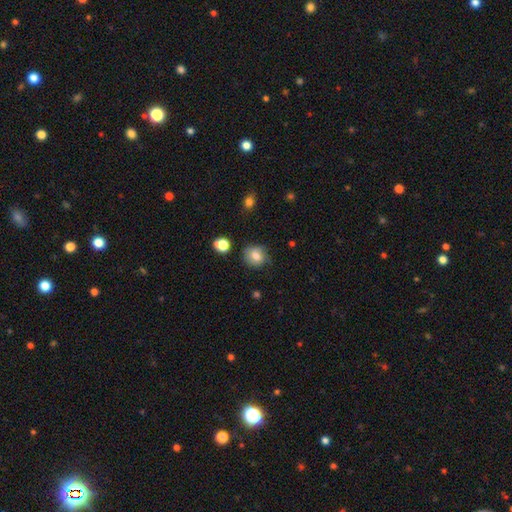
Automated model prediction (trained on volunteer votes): Smooth or featured? Predicted: smooth (p=0.68). How rounded? Predicted: round (p=0.76). Merging? Predicted: none (p=0.68).